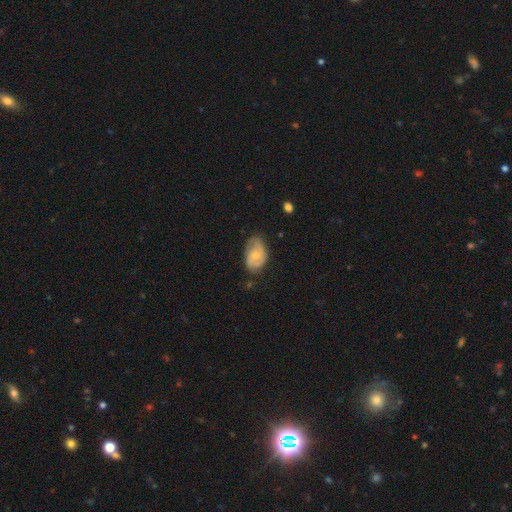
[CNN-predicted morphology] A featured or disk galaxy (57%) with no bar (69%), spiral arms (84%) and a small central bulge (52%). Merging: none (60%).